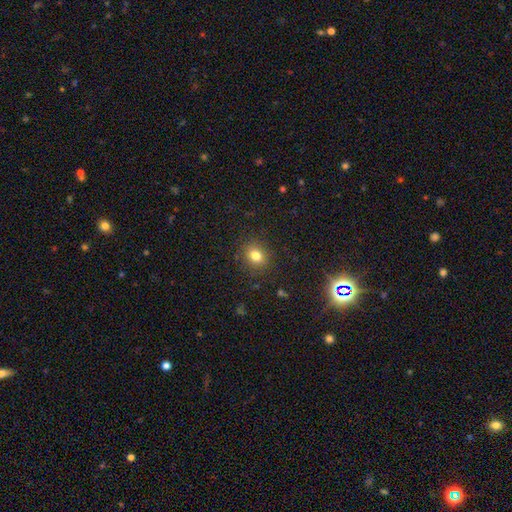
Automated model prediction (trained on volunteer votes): Smooth or featured? smooth (79%)
How rounded? round (67%)
Merging? none (87%)